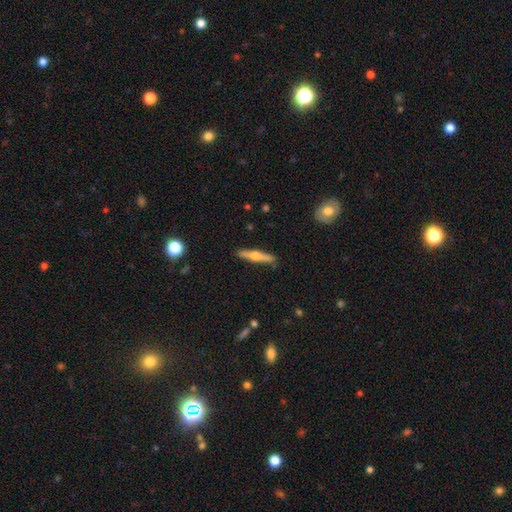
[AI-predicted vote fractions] smooth-or-featured: featured or disk: 58% | smooth: 36% | star or artifact: 6%
  disk-edge-on: yes: 96% | no: 4%
    edge-on-bulge: rounded: 92% | none: 4% | boxy: 4%
  merging: none: 89% | minor disturbance: 8% | major disturbance: 2% | merger: 2%